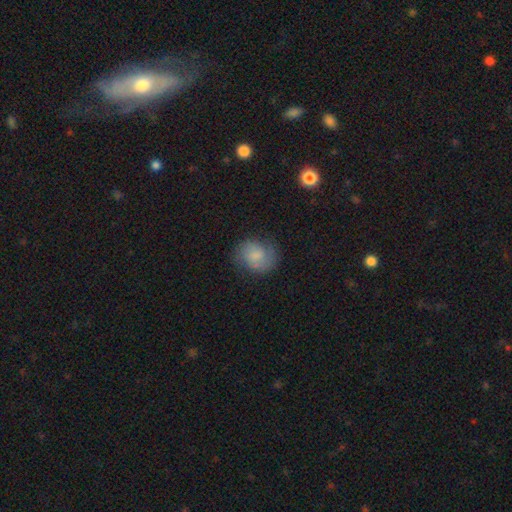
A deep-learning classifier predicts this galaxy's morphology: A smooth galaxy with no disk features (58%) that is round (64%).

Vote fractions:
- Smooth or featured? smooth: 58% / featured or disk: 33% / star or artifact: 9%
- How rounded? round: 64% / in between: 35% / cigar-shaped: 1%
- Merging? none: 72% / minor disturbance: 19% / major disturbance: 7% / merger: 1%